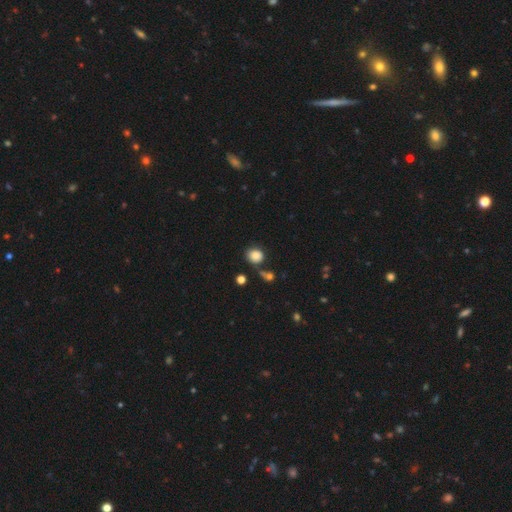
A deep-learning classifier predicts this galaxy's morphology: Smooth or featured? smooth (84%)
How rounded? round (69%)
Merging? none (69%)